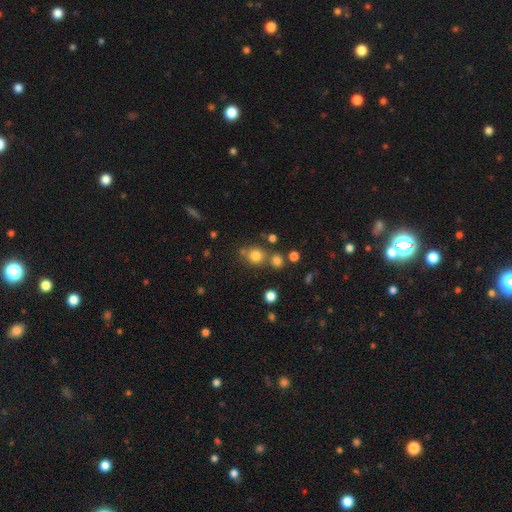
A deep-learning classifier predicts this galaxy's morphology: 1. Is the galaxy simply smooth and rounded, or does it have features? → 78% smooth, 15% star or artifact, 7% featured or disk.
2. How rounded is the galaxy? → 85% round, 14% in between, 1% cigar-shaped.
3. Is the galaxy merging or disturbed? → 69% none, 17% merger, 10% minor disturbance, 4% major disturbance.